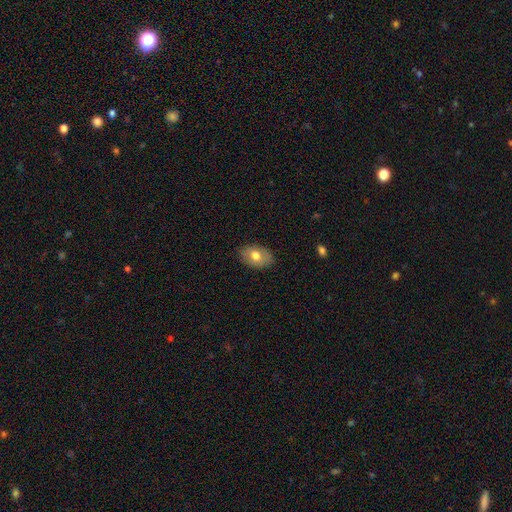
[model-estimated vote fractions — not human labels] Overall: smooth (71%). How rounded: in between (86%). Merging: none (84%).